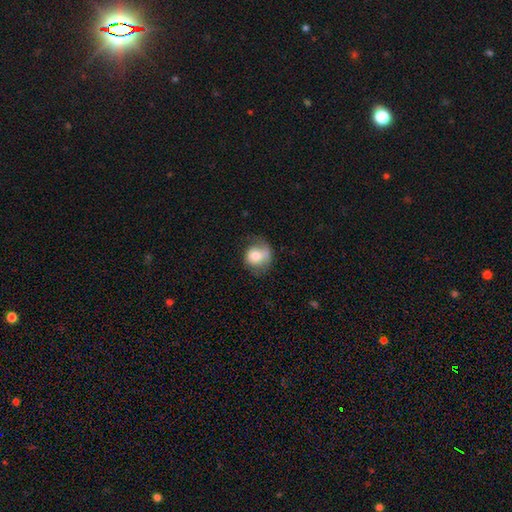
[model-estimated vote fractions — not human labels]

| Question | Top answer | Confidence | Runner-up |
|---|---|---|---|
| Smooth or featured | smooth | 67% | featured or disk (25%) |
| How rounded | round | 70% | in between (29%) |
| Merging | none | 52% | minor disturbance (29%) |